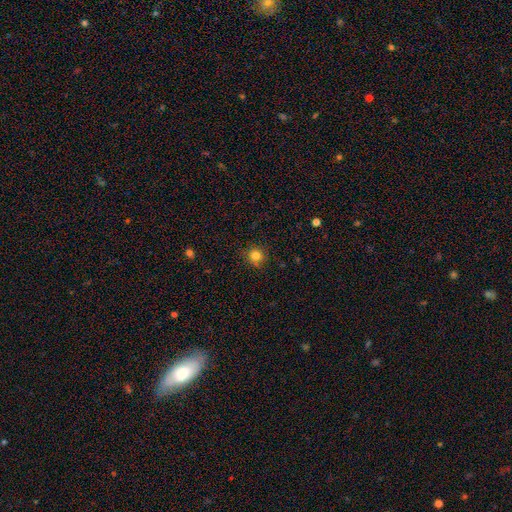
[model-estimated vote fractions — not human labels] Smooth or featured: smooth — 82% (star or artifact — 13%)
How rounded: round — 91% (in between — 8%)
Merging: none — 86% (minor disturbance — 10%)